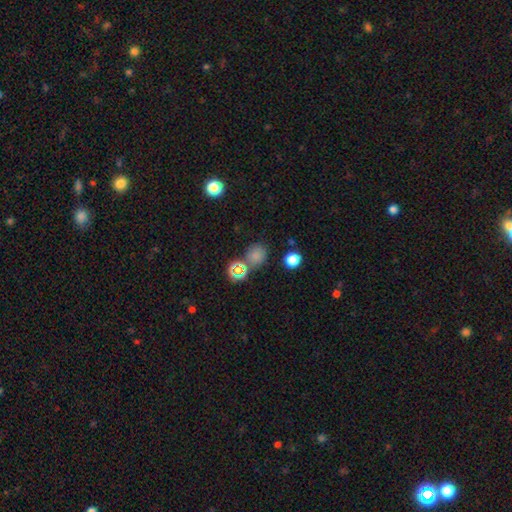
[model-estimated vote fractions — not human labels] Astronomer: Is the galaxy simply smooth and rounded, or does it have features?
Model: smooth — 70%.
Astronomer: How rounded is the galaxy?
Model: round — 71%.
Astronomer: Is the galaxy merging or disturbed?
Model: none — 72%.